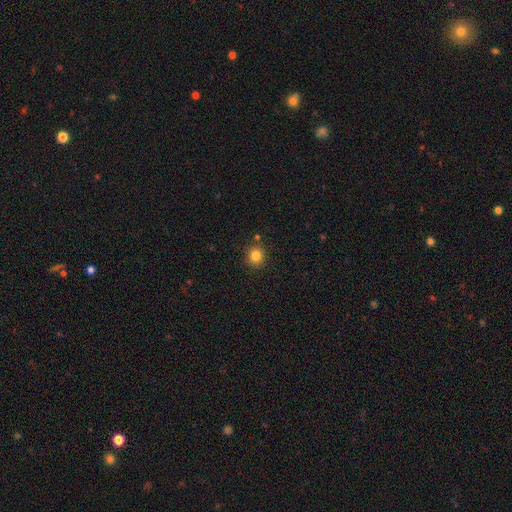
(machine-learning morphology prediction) Smooth or featured? smooth (83%)
How rounded? round (88%)
Merging? none (85%)